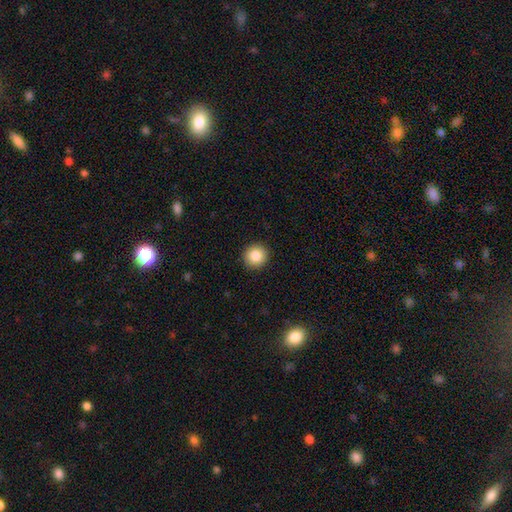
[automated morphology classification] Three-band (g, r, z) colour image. It shows a smooth galaxy with no disk features (86%) that is round (92%). Merging: none (92%).